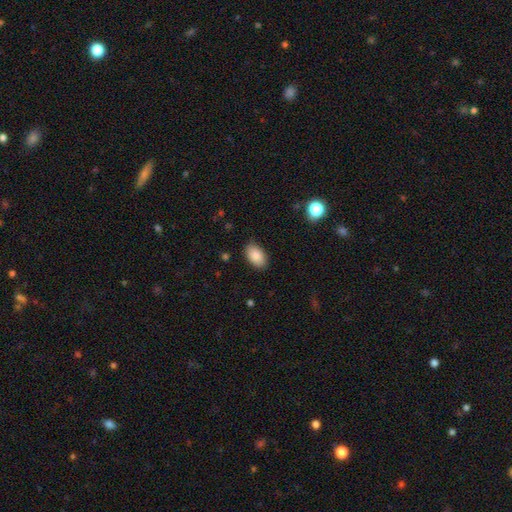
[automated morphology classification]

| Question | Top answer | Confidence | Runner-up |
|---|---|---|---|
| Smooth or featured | smooth | 87% | star or artifact (7%) |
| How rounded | in between | 93% | round (5%) |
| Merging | none | 86% | minor disturbance (11%) |